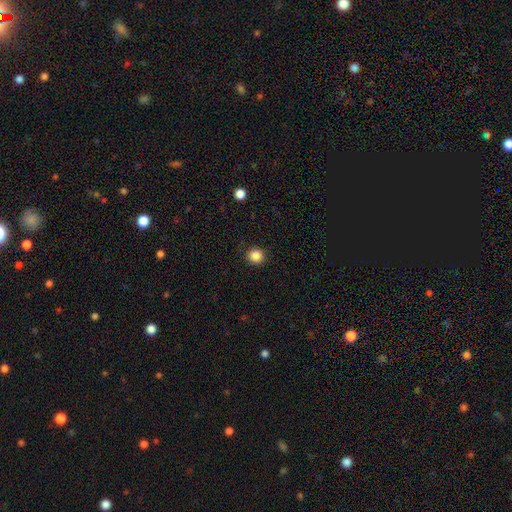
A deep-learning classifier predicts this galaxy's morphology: A smooth galaxy with no disk features (85%) that is round (90%). Merging: none (90%).